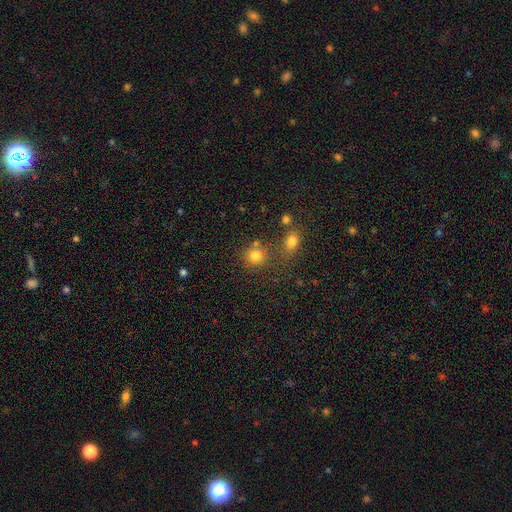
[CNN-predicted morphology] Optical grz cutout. It shows a smooth galaxy with no disk features (79%) that is round (83%). Merging: none (61%).